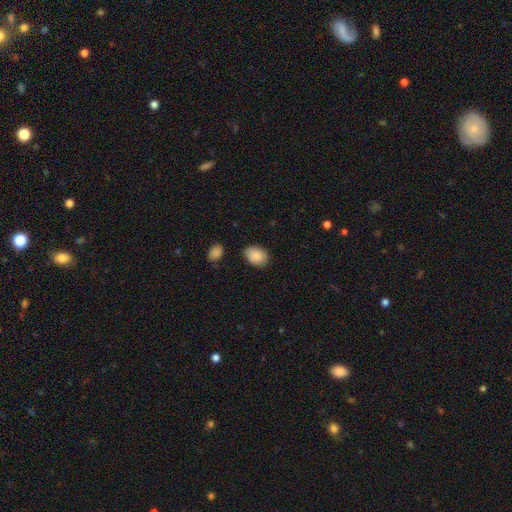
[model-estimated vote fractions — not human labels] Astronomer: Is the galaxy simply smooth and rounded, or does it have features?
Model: smooth — 89%.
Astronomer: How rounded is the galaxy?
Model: in between — 74%.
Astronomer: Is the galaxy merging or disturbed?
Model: none — 81%.